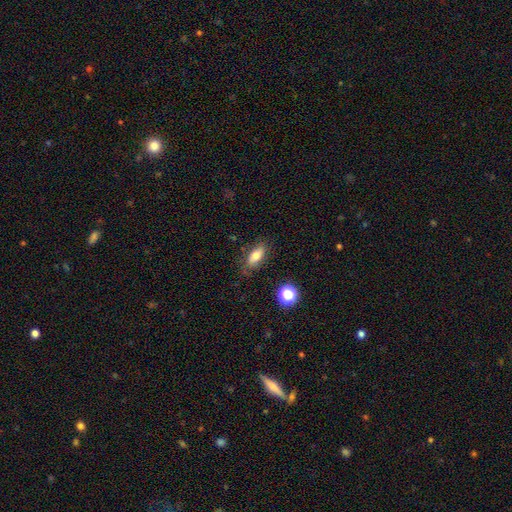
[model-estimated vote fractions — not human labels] Overall: smooth (74%). How rounded: in between (78%). Merging: none (78%).